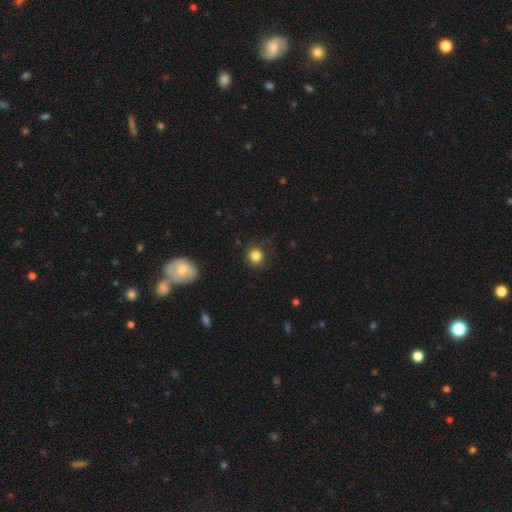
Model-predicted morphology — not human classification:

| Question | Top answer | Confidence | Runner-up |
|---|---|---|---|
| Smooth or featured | smooth | 83% | star or artifact (11%) |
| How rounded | round | 91% | in between (8%) |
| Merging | none | 84% | minor disturbance (11%) |